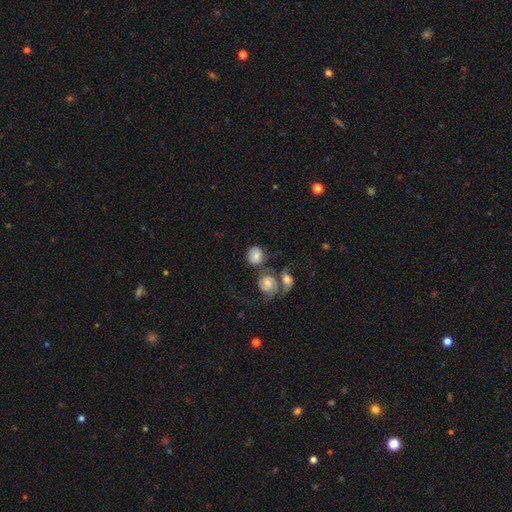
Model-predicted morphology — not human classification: Smooth or featured? smooth (66%)
How rounded? round (72%)
Merging? none (41%)